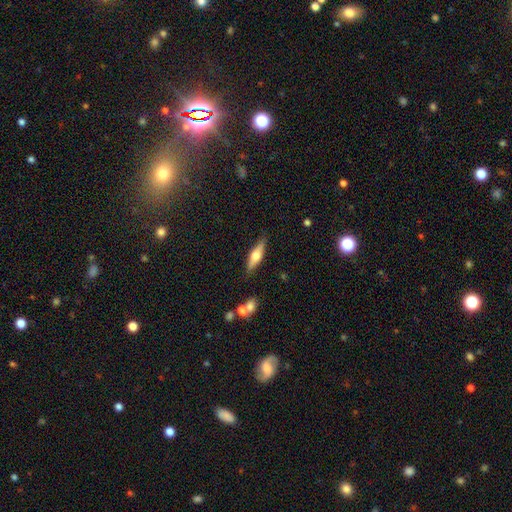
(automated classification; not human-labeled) Smooth or featured? featured or disk (50%)
Edge-on disk? yes (91%)
Merging? none (84%)